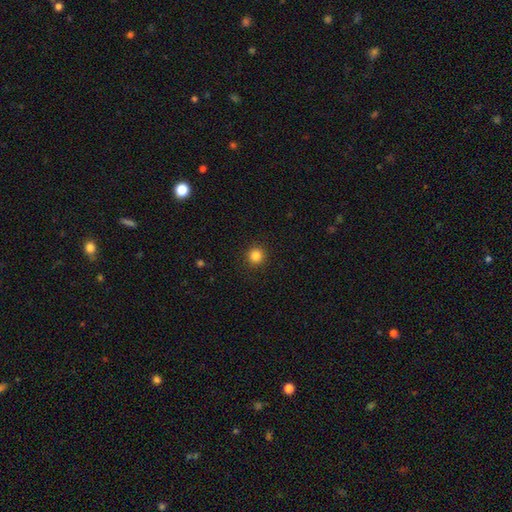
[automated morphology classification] Smooth or featured?
  - smooth: 84% *
  - star or artifact: 12%
  - featured or disk: 4%
How rounded?
  - round: 95% *
  - in between: 4%
  - cigar-shaped: 1%
Merging?
  - none: 92% *
  - minor disturbance: 5%
  - major disturbance: 2%
  - merger: 1%